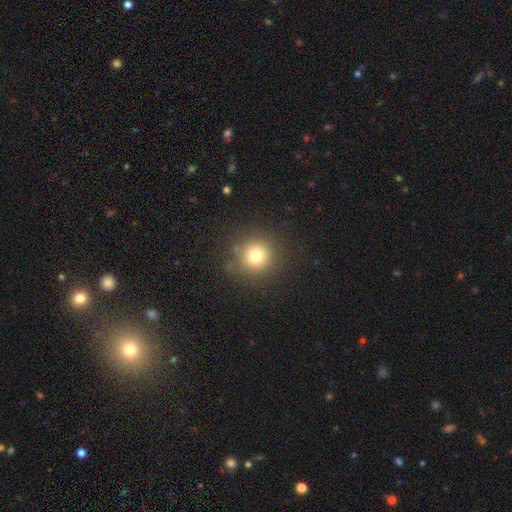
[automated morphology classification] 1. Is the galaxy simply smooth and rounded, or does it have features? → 76% smooth, 15% star or artifact, 9% featured or disk.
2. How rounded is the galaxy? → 93% round, 6% in between, 1% cigar-shaped.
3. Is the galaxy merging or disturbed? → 85% none, 9% minor disturbance, 4% major disturbance, 2% merger.